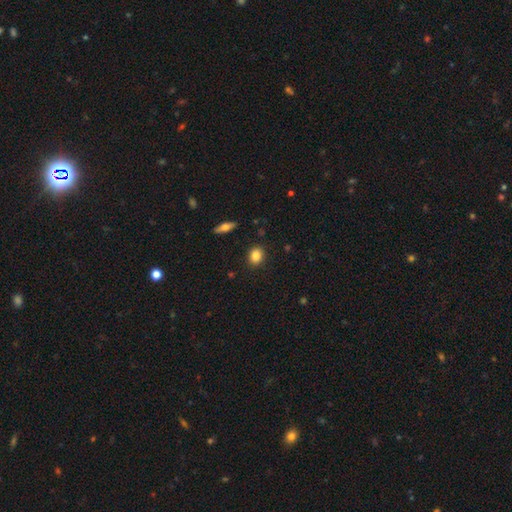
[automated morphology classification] This appears to be a smooth galaxy with no disk features (85%) that is round (56%). Merging: none (88%).